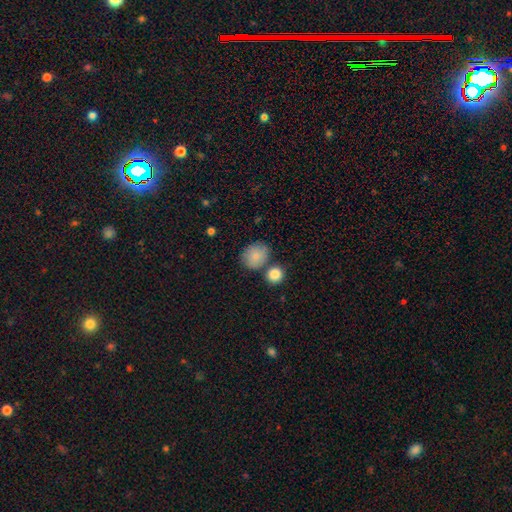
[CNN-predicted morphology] This is clearly a smooth galaxy (83%). How rounded: likely round (69%). Merging: likely none (65%).